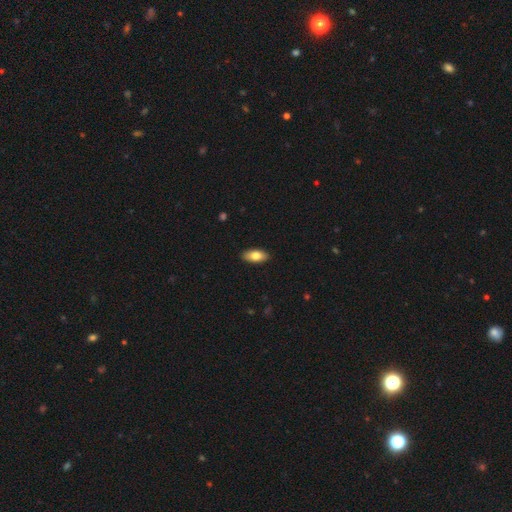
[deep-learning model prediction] Smooth or featured? Predicted: smooth (p=0.80). How rounded? Predicted: in between (p=0.89). Merging? Predicted: none (p=0.90).